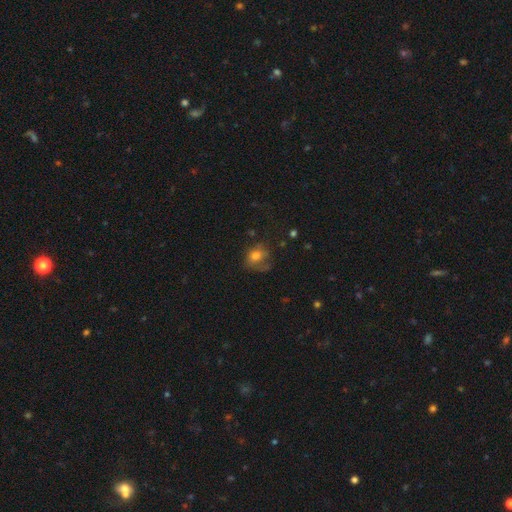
Morphology: type=smooth (82%); roundness=in between (62%); merging=major disturbance (41%).